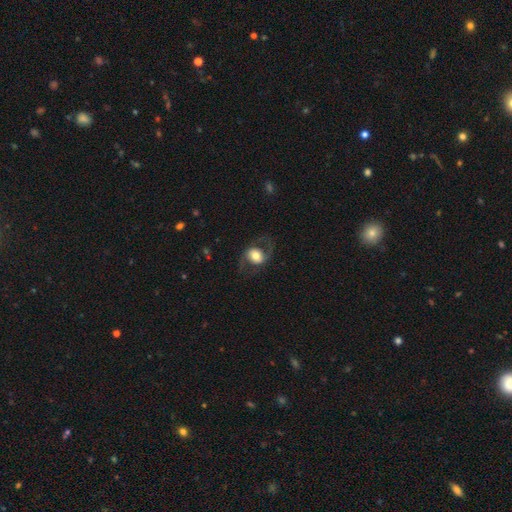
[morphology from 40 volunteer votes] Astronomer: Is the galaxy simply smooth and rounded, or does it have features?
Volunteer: featured or disk — 57% (runner-up: smooth, 40%).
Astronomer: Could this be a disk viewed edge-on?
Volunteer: no — 70%.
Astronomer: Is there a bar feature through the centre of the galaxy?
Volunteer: no — 62%.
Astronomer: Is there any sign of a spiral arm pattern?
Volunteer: yes — 69%.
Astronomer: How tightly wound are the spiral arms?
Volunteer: medium — 36%, tied with loose at 36%.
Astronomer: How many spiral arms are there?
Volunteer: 2 — 91%.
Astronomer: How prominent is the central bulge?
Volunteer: moderate — 69%.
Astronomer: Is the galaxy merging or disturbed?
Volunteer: none — 64%.